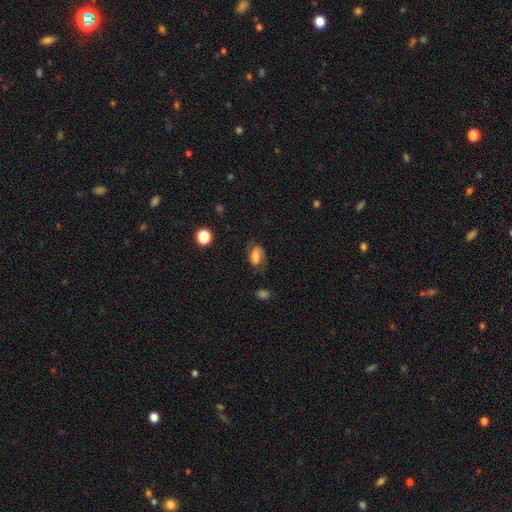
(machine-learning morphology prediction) smooth_or_featured: featured or disk (p=0.49) [alt: smooth p=0.41]
merging: none (p=0.62) [alt: minor disturbance p=0.23]